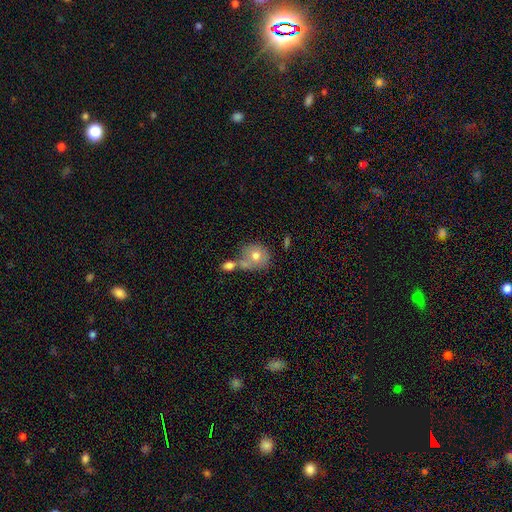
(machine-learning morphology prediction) Smooth or featured? smooth (72%)
How rounded? round (81%)
Merging? merger (41%)